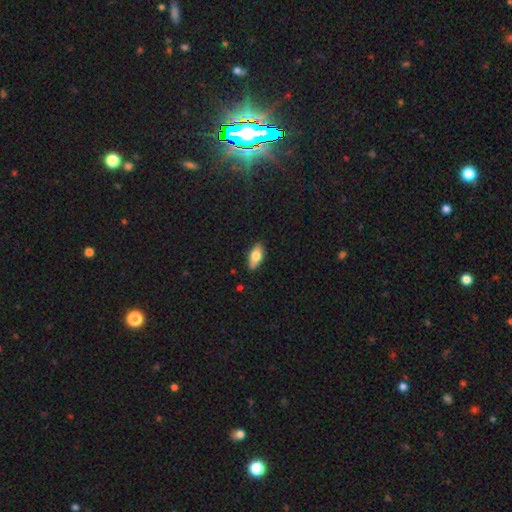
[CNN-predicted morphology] Q: Smooth or featured?
A: smooth (70%); runner-up: featured or disk (23%)
Q: How rounded?
A: in between (83%); runner-up: cigar-shaped (14%)
Q: Merging?
A: none (88%); runner-up: minor disturbance (10%)